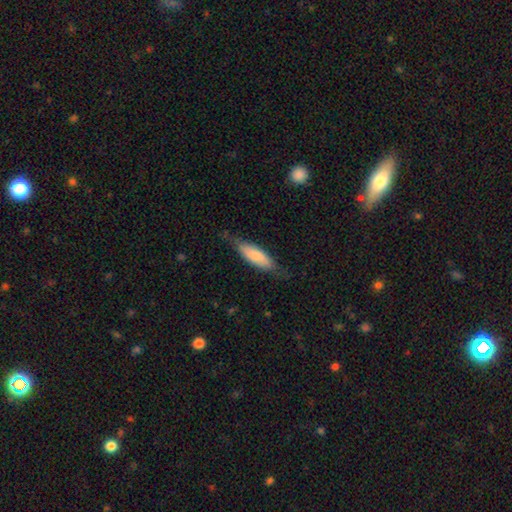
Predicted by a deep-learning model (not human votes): Smooth or featured?
  - smooth: 73% *
  - featured or disk: 22%
  - star or artifact: 5%
How rounded?
  - in between: 54% *
  - cigar-shaped: 44%
  - round: 2%
Merging?
  - none: 64% *
  - minor disturbance: 27%
  - major disturbance: 8%
  - merger: 1%